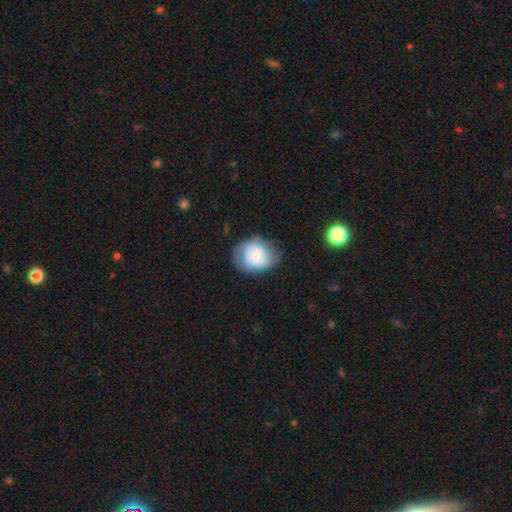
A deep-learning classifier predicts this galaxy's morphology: smooth 60%, featured or disk 33%, star or artifact 7%. Down the decision tree: how rounded — round (57%); merging — none (65%).